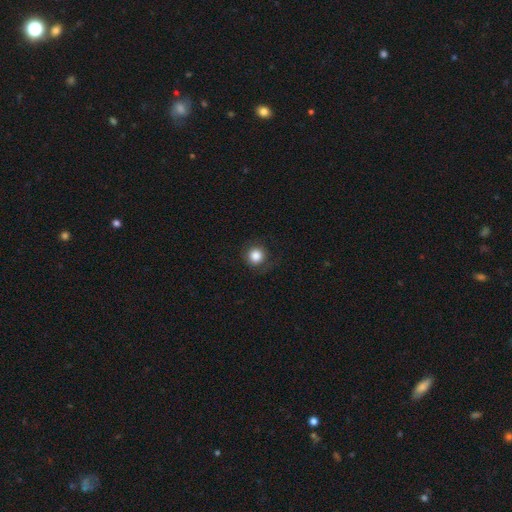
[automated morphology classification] type=smooth (85%); roundness=round (94%); merging=none (83%).